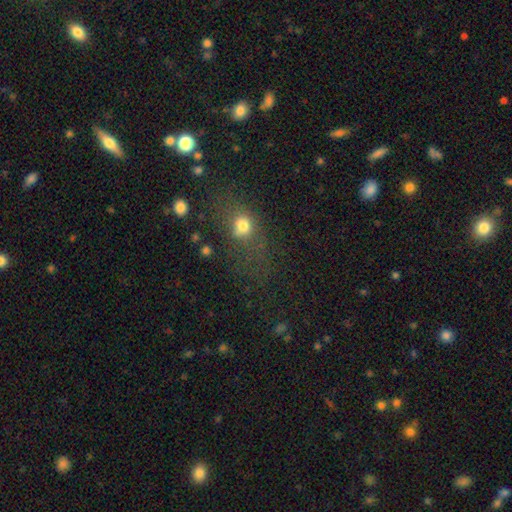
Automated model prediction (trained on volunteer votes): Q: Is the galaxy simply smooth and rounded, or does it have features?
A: smooth — 55%.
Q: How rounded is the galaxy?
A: round — 57%.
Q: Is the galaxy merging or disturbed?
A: none — 67%.